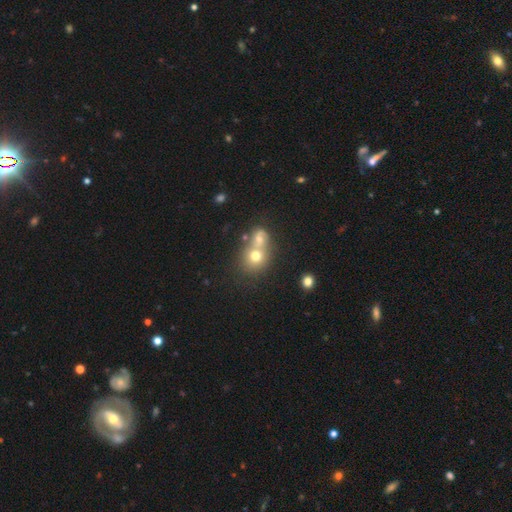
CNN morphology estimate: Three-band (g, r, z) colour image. It shows a smooth galaxy with no disk features (69%) that is round (73%). Merging: merger (57%).